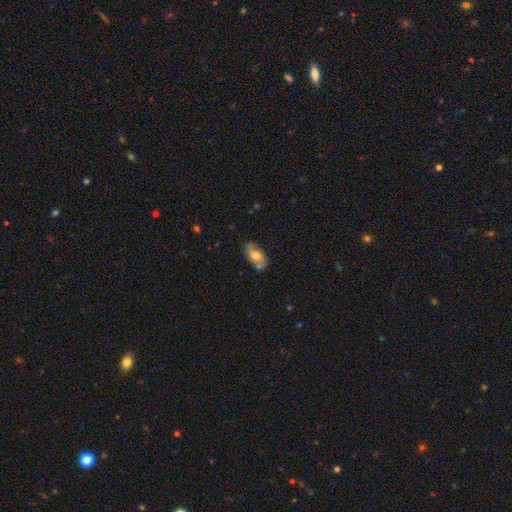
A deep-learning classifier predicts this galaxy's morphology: The model was most divided on "smooth or featured": smooth: 53%, featured or disk: 39%, star or artifact: 7%. More confident: how rounded — in between (90%); merging — none (67%).